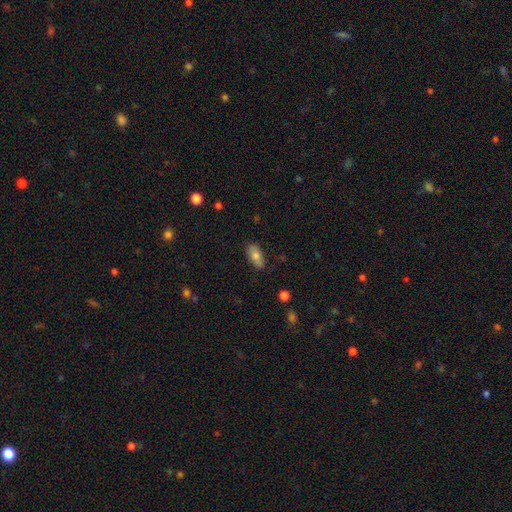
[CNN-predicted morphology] Smooth or featured?
  - smooth: 74% *
  - featured or disk: 19%
  - star or artifact: 7%
How rounded?
  - in between: 89% *
  - cigar-shaped: 7%
  - round: 4%
Merging?
  - none: 81% *
  - minor disturbance: 15%
  - major disturbance: 3%
  - merger: 1%